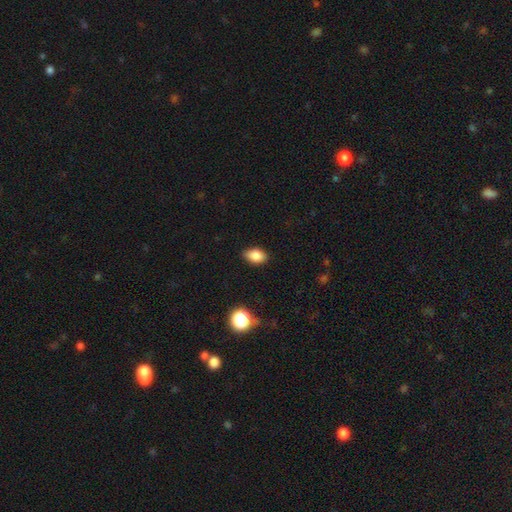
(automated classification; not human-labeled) A smooth galaxy with no disk features (85%) that is in between round and cigar-shaped (86%). Merging: none (81%).